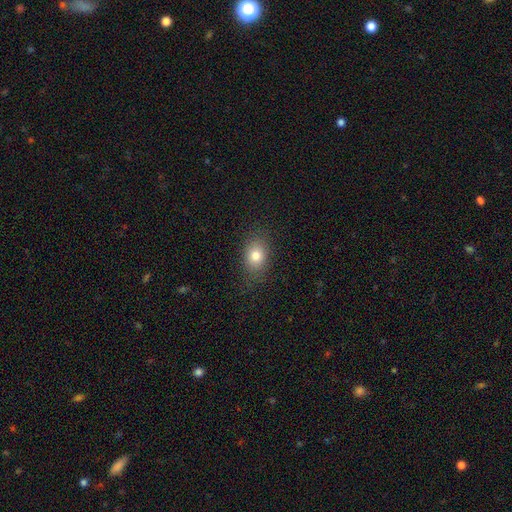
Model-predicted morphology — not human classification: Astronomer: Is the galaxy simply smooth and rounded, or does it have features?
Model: smooth — 80%.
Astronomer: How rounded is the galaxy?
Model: in between — 66%.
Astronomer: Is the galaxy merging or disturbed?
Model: none — 82%.